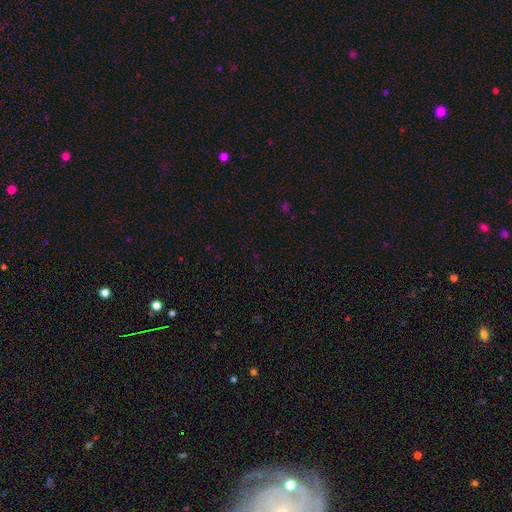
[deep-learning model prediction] A star or artifact, not a galaxy (68%).

Vote fractions:
- Smooth or featured? star or artifact: 68% / smooth: 25% / featured or disk: 7%